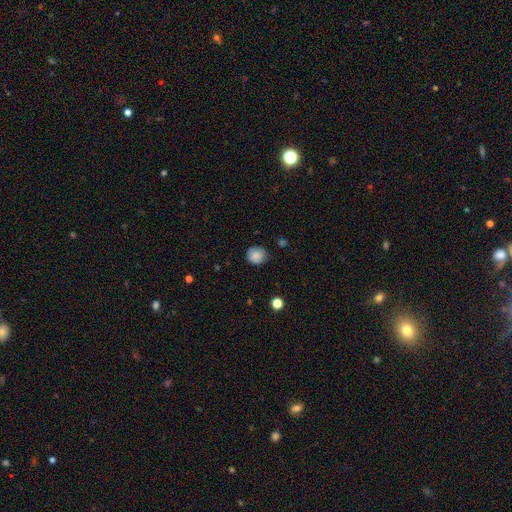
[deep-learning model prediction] This appears to be a smooth galaxy with no disk features (83%) that is round (88%). Merging: none (78%).